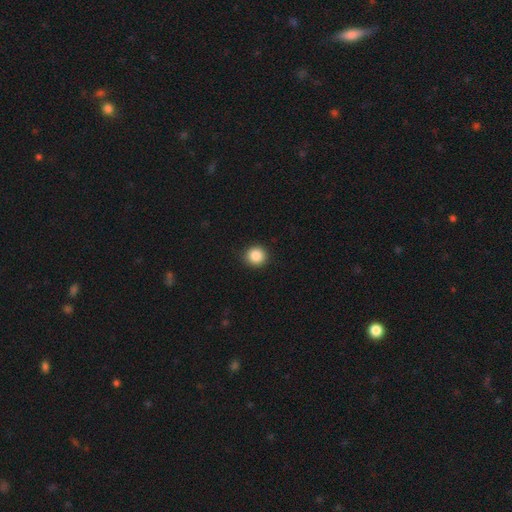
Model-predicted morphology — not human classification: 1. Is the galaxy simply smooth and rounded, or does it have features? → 87% smooth, 10% star or artifact, 4% featured or disk.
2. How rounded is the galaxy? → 94% round, 5% in between, 1% cigar-shaped.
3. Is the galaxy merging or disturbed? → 91% none, 6% minor disturbance, 2% major disturbance, 1% merger.